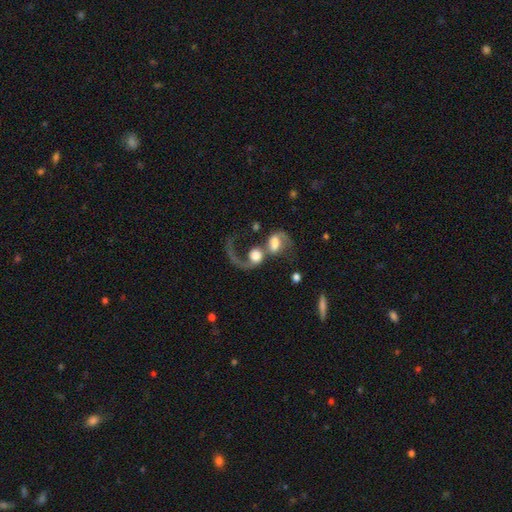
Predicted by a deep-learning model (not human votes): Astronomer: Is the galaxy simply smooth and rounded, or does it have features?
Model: featured or disk — 57% (runner-up: smooth, 34%).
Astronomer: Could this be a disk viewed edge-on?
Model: no — 96%.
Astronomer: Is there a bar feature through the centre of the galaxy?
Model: no — 66%.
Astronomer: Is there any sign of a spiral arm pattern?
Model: yes — 79%.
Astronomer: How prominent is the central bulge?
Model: large — 34% (runner-up: moderate, 33%).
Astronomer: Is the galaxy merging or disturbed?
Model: merger — 65%.